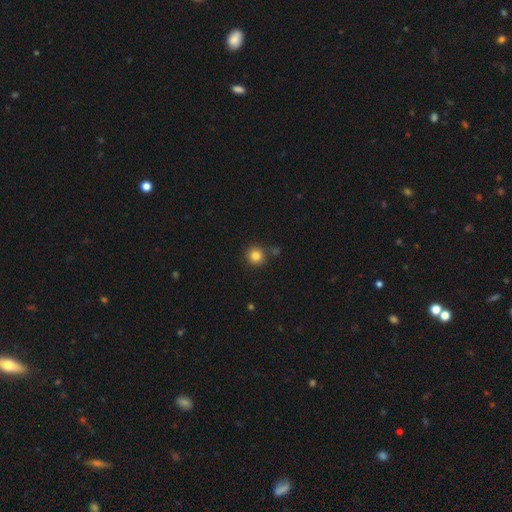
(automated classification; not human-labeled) Q: Smooth or featured?
A: smooth (84%); runner-up: star or artifact (11%)
Q: How rounded?
A: round (93%); runner-up: in between (6%)
Q: Merging?
A: none (82%); runner-up: minor disturbance (9%)